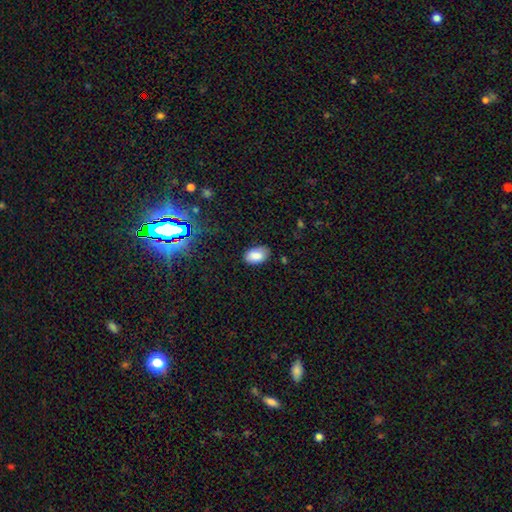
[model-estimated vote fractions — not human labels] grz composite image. It shows a smooth galaxy with no disk features (85%) that is in between round and cigar-shaped (92%). Merging: none (81%).